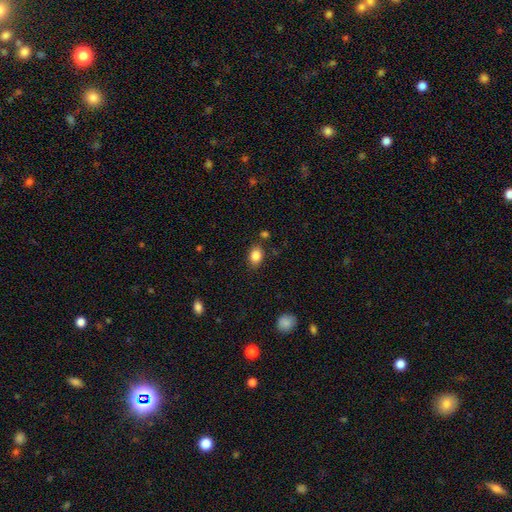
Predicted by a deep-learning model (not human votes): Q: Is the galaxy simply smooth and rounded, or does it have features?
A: smooth — 84%.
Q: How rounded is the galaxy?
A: in between — 70%.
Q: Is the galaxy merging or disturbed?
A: none — 82%.